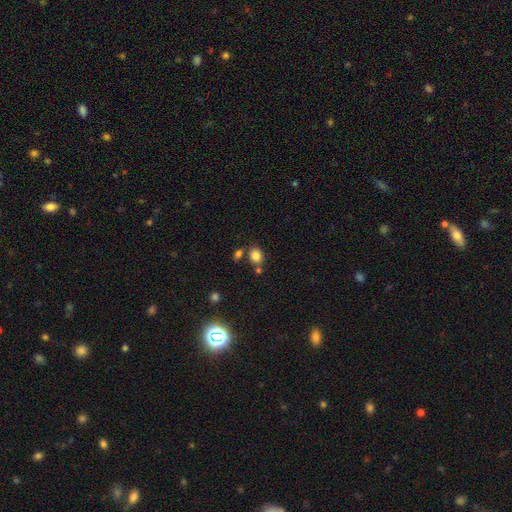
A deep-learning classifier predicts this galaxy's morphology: Q: Smooth or featured?
A: smooth (82%); runner-up: star or artifact (13%)
Q: How rounded?
A: round (56%); runner-up: in between (43%)
Q: Merging?
A: none (69%); runner-up: merger (15%)